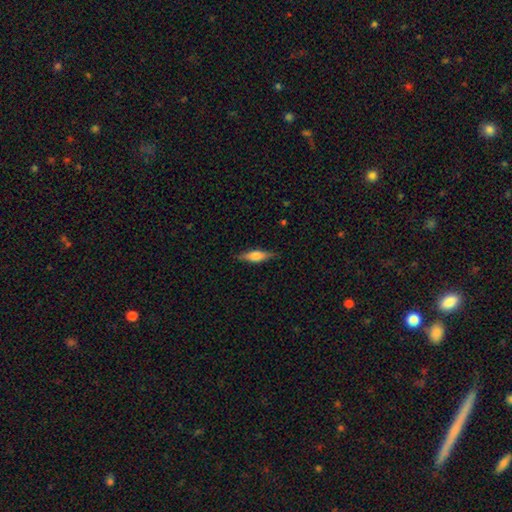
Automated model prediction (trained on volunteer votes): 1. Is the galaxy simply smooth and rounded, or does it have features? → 54% smooth, 39% featured or disk, 7% star or artifact.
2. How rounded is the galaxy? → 56% cigar-shaped, 41% in between, 3% round.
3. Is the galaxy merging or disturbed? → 84% none, 13% minor disturbance, 3% major disturbance, 1% merger.